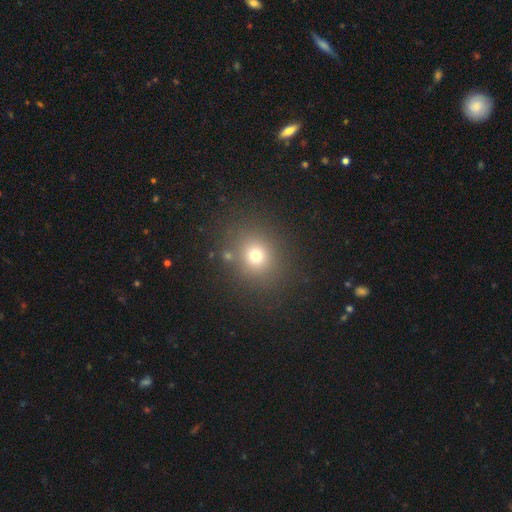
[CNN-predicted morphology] Smooth or featured? Predicted: smooth (p=0.71). How rounded? Predicted: round (p=0.78). Merging? Predicted: none (p=0.82).